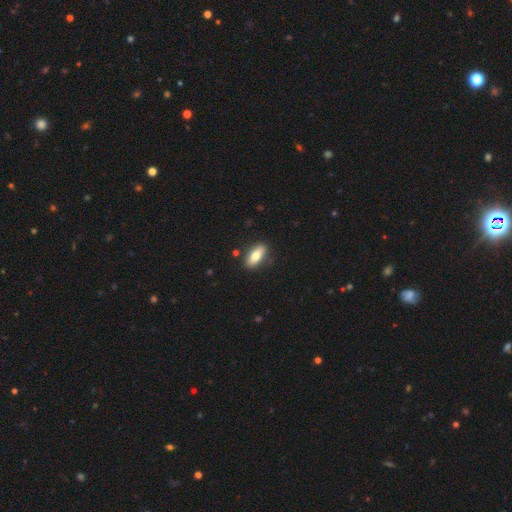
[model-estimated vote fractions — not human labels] Smooth or featured: smooth — 76% (featured or disk — 17%)
How rounded: in between — 81% (cigar-shaped — 17%)
Merging: none — 85% (minor disturbance — 11%)